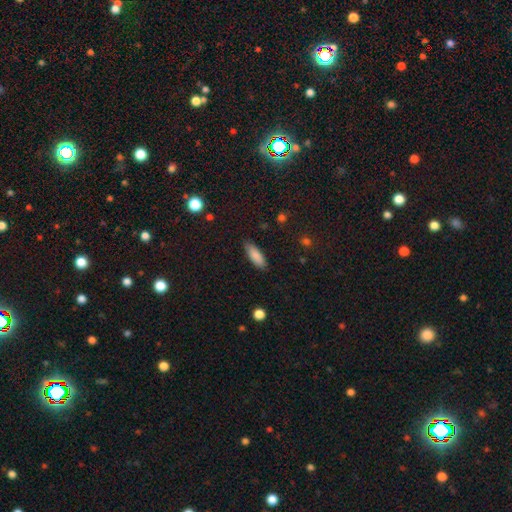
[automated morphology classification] type=smooth (86%); roundness=in between (63%); merging=none (85%).